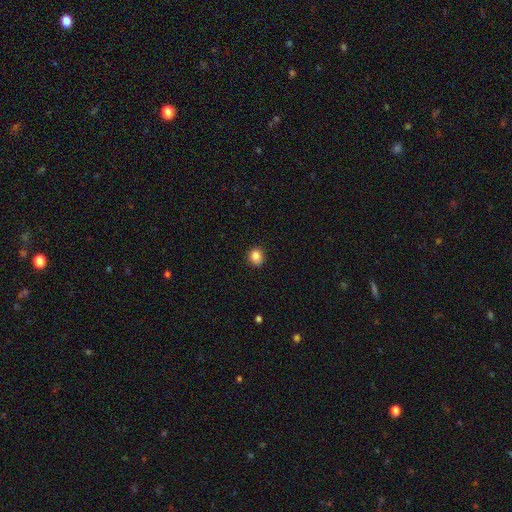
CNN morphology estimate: smooth_or_featured: smooth (p=0.84) [alt: star or artifact p=0.10]
how_rounded: round (p=0.80) [alt: in between p=0.19]
merging: none (p=0.87) [alt: minor disturbance p=0.10]